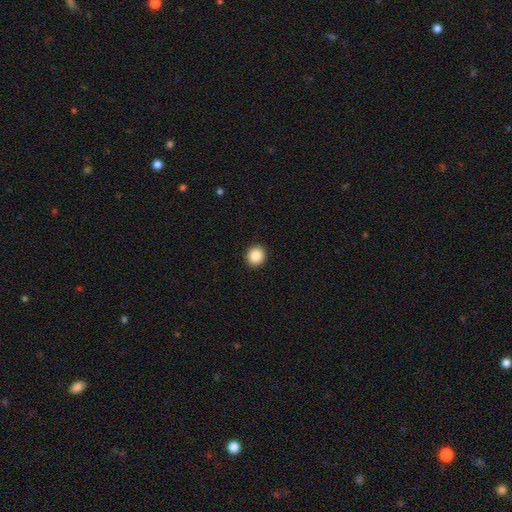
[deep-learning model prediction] Morphology: type=smooth (87%); roundness=round (89%); merging=none (93%).